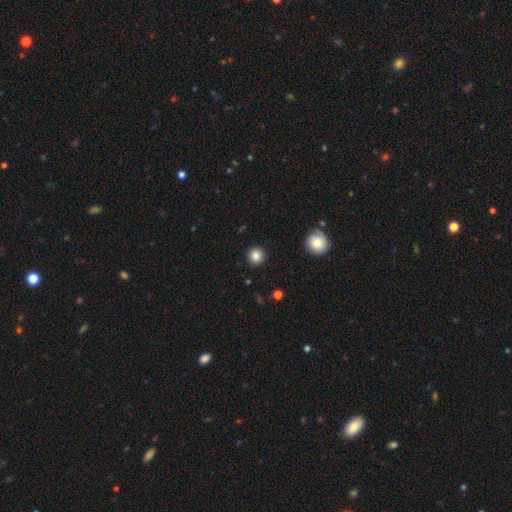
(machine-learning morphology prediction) smooth_or_featured: smooth (p=0.85) [alt: star or artifact p=0.10]
how_rounded: round (p=0.94) [alt: in between p=0.05]
merging: none (p=0.92) [alt: minor disturbance p=0.05]